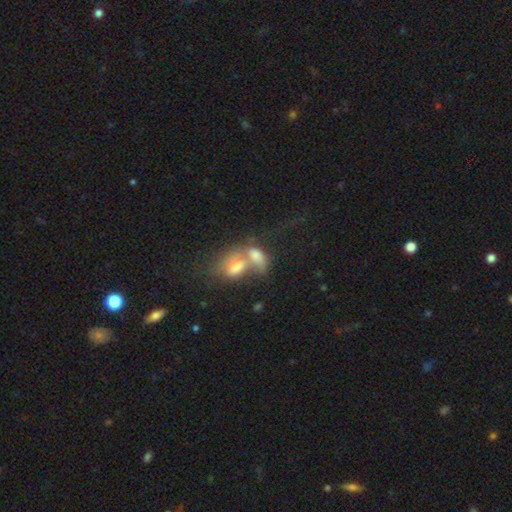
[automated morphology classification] Smooth or featured? Predicted: smooth (p=0.64). How rounded? Predicted: in between (p=0.87). Merging? Predicted: merger (p=0.73).